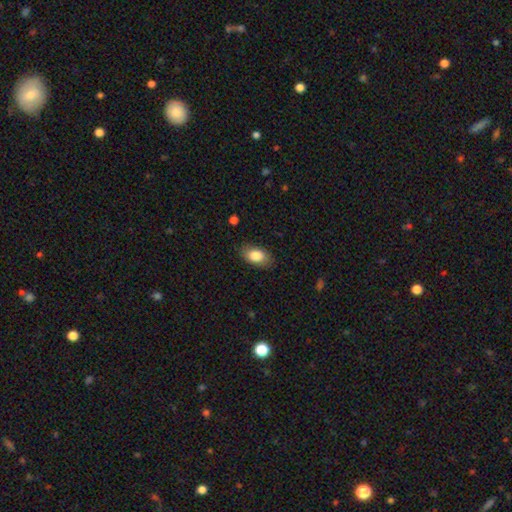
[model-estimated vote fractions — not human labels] This is clearly a smooth galaxy (84%). How rounded: clearly in between (92%). Merging: clearly none (83%).